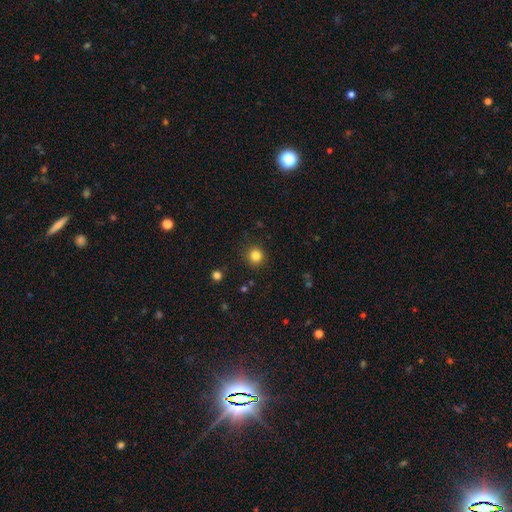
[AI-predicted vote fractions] Smooth or featured: smooth — 83% (star or artifact — 12%)
How rounded: round — 94% (in between — 5%)
Merging: none — 90% (minor disturbance — 6%)